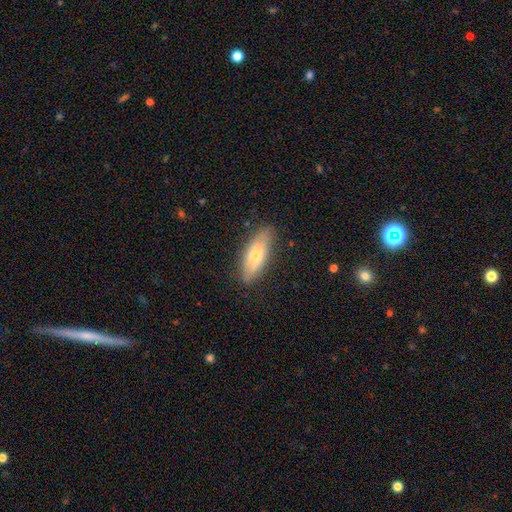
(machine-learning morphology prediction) The model was most divided on "how rounded": in between: 60%, cigar-shaped: 38%, round: 2%. More confident: merging — none (82%); smooth or featured — smooth (62%).